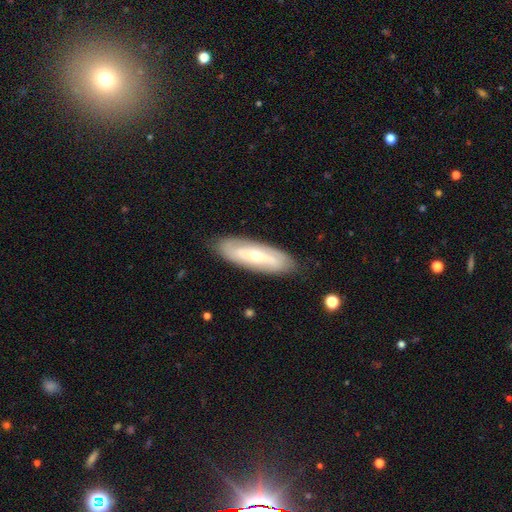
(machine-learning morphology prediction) Smooth or featured: featured or disk — 62% (smooth — 32%)
Edge-on disk: no — 76% (yes — 24%)
Merging: none — 84% (minor disturbance — 12%)